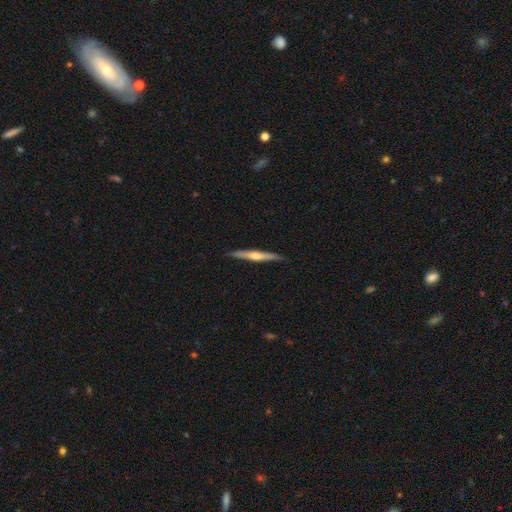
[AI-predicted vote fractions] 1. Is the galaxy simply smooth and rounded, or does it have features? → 65% featured or disk, 30% smooth, 5% star or artifact.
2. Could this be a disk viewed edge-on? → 97% yes, 3% no.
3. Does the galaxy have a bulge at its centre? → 77% rounded, 16% none, 7% boxy.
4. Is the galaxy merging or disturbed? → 90% none, 8% minor disturbance, 1% major disturbance, 1% merger.